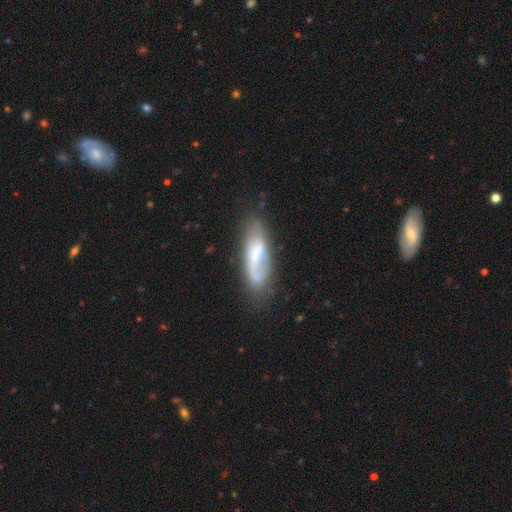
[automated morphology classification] A featured or disk galaxy (51%). Merging: none (61%).